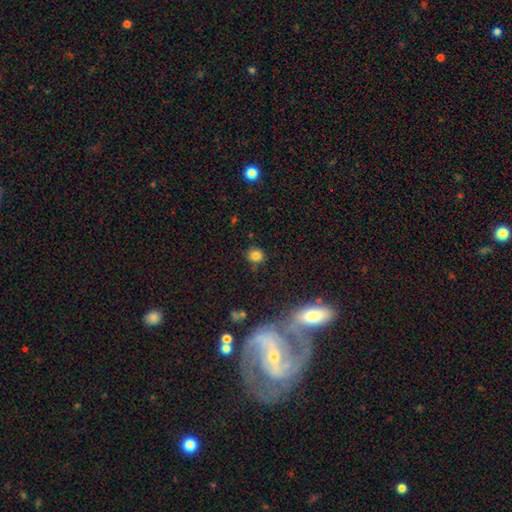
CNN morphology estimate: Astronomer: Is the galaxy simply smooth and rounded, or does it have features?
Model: smooth — 80%.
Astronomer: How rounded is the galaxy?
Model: round — 87%.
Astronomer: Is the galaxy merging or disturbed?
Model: none — 80%.